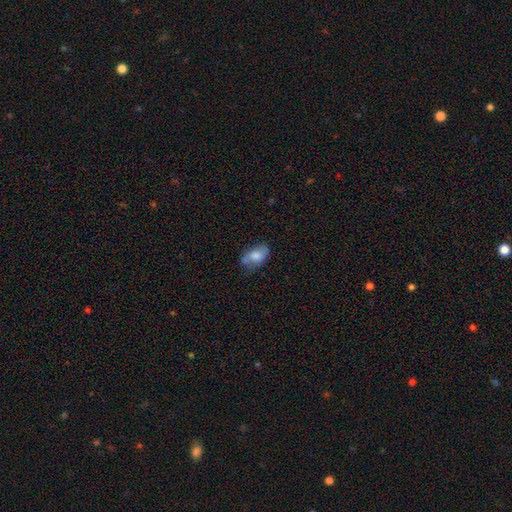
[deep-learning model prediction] A smooth galaxy with no disk features (76%) that is in between round and cigar-shaped (91%). Merging: none (53%).